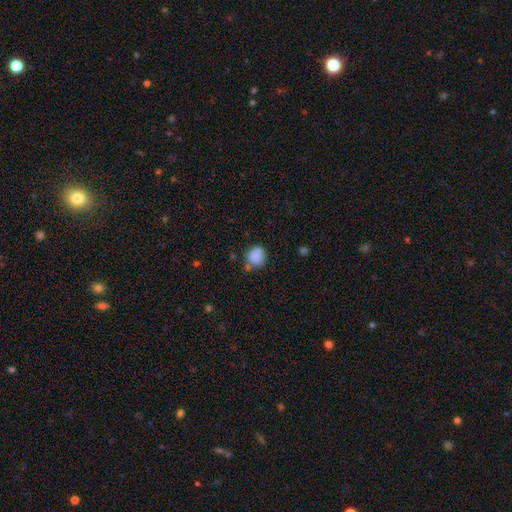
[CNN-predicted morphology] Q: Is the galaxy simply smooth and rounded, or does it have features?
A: smooth — 84%.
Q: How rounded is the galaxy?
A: round — 71%.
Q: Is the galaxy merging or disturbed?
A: none — 61%.